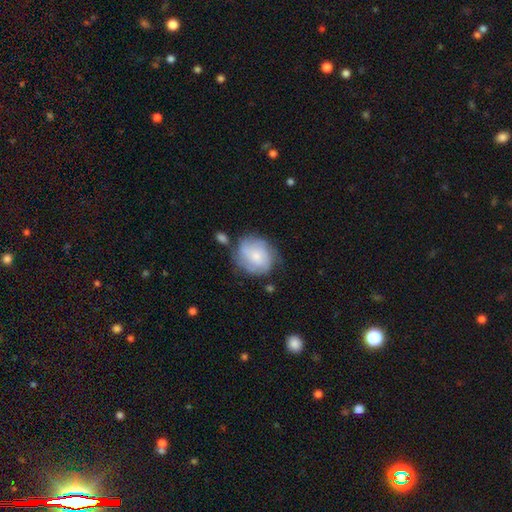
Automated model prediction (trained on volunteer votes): smooth_or_featured: featured or disk (p=0.51) [alt: smooth p=0.42]
disk_edge_on: no (p=0.97) [alt: yes p=0.03]
merging: none (p=0.61) [alt: minor disturbance p=0.23]